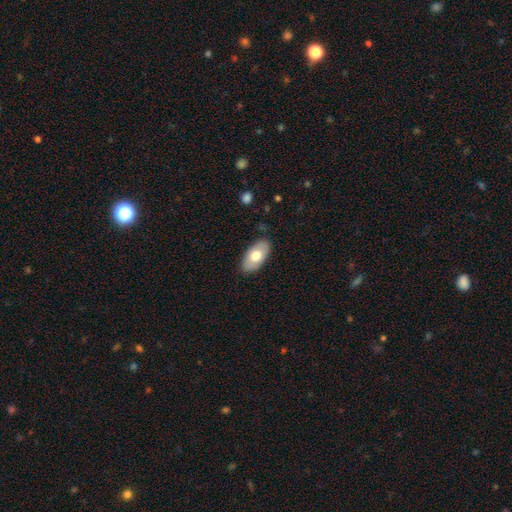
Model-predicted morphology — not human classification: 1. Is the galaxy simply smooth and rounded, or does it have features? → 68% smooth, 26% featured or disk, 6% star or artifact.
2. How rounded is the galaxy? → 94% in between, 3% round, 2% cigar-shaped.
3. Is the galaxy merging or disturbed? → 86% none, 11% minor disturbance, 2% major disturbance, 1% merger.